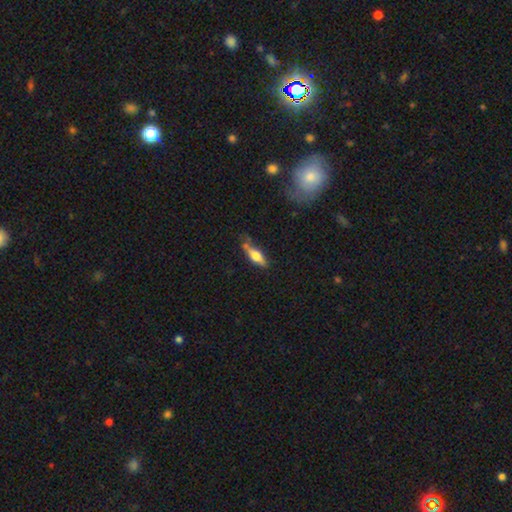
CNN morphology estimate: featured or disk 48%, smooth 45%, star or artifact 6%. Down the decision tree: merging — none (64%).